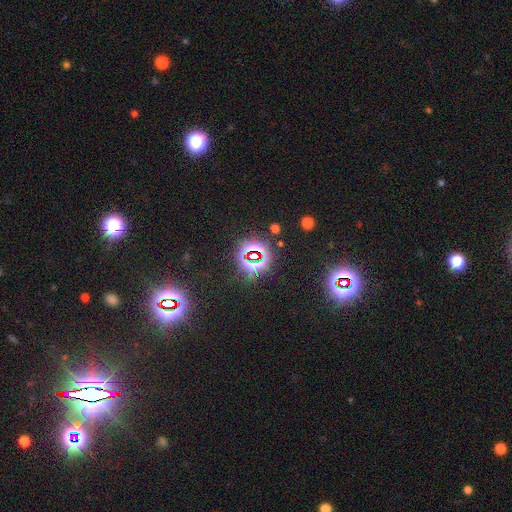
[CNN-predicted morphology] Smooth or featured? star or artifact (79%)